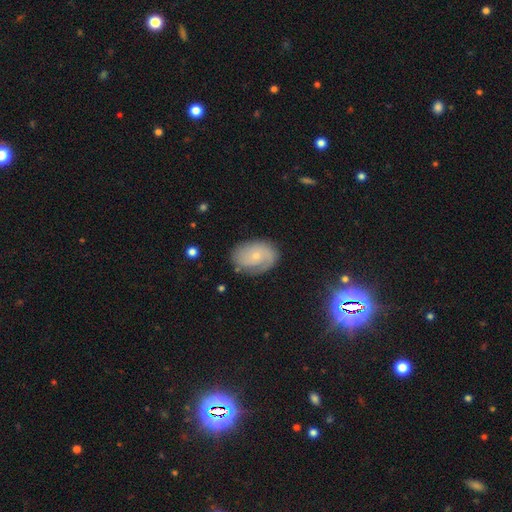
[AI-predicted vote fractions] This is likely a featured or disk galaxy (60%). It is clearly not viewed edge-on (96%). Bar: likely no (75%). Spiral arm pattern: clearly yes (85%). Central bulge: likely small (75%). Merging: likely none (74%).